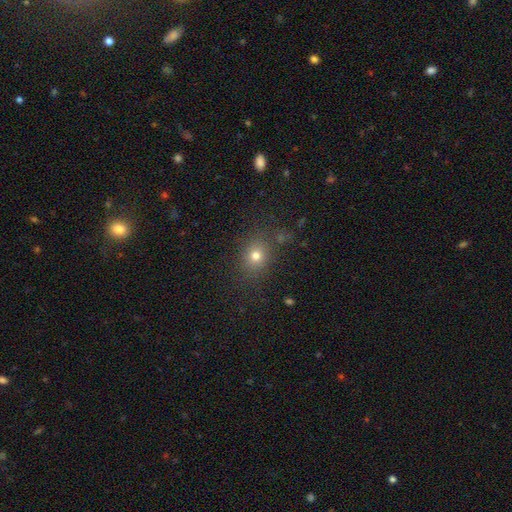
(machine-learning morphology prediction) A smooth galaxy with no disk features (74%) that is round (58%). Merging: none (80%).